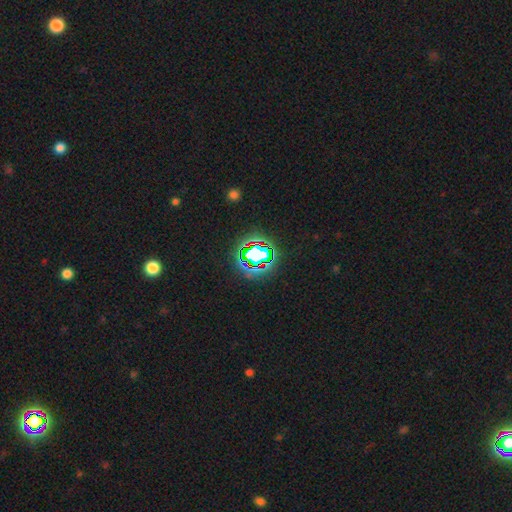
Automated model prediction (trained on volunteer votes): Smooth or featured? star or artifact (69%)